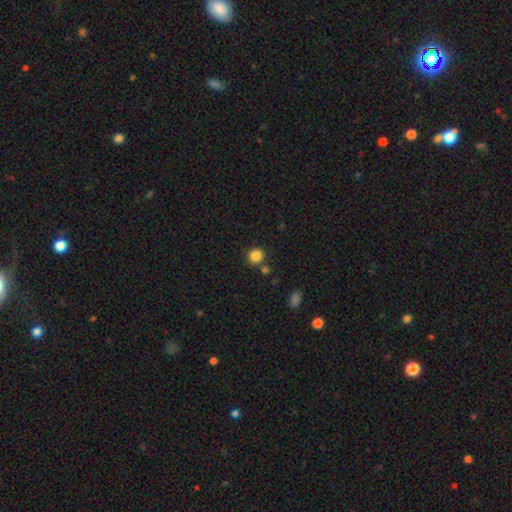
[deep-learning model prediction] smooth-or-featured: smooth: 85% | star or artifact: 11% | featured or disk: 4%
  how-rounded: round: 91% | in between: 8% | cigar-shaped: 1%
  merging: none: 75% | merger: 12% | minor disturbance: 10% | major disturbance: 3%